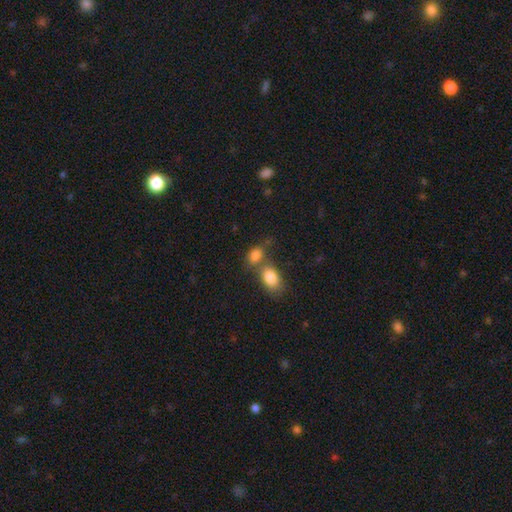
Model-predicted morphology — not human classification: smooth 82%, star or artifact 10%, featured or disk 8%. Down the decision tree: how rounded — in between (83%); merging — merger (47%).